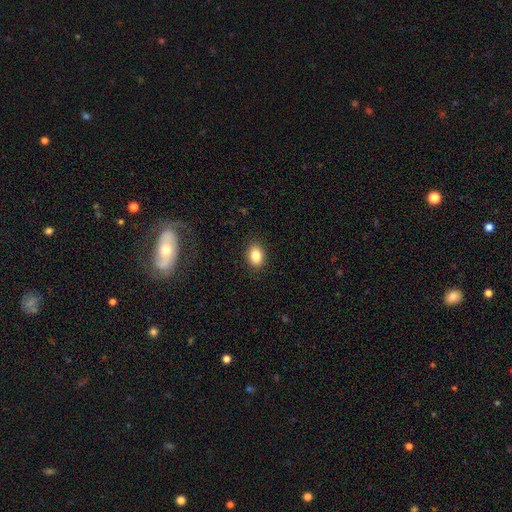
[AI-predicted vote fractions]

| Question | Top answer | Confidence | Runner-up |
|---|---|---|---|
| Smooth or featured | smooth | 86% | star or artifact (9%) |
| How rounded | in between | 77% | round (22%) |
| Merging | none | 89% | minor disturbance (8%) |